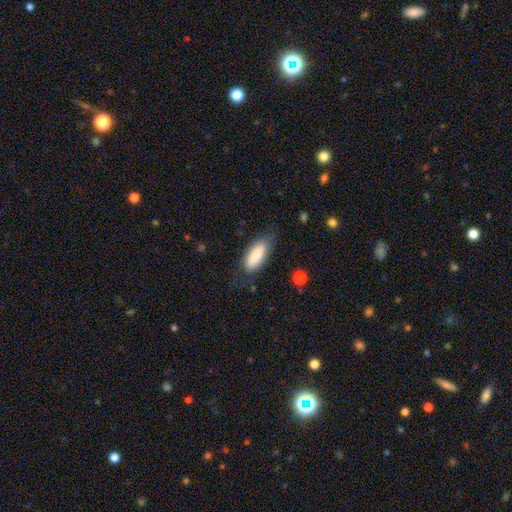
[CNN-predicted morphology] The model was most divided on "merging": none: 71%, minor disturbance: 21%, major disturbance: 7%, merger: 2%. More confident: smooth or featured — smooth (85%); how rounded — in between (82%).